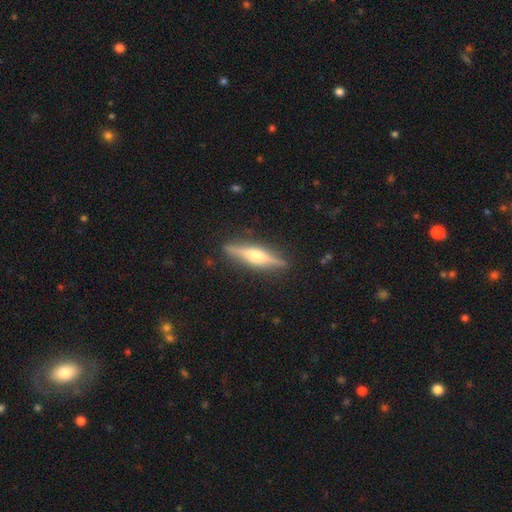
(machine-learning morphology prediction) A featured or disk galaxy (69%) viewed edge-on (96%) with a rounded central bulge (87%).

Vote fractions:
- Smooth or featured? featured or disk: 69% / smooth: 26% / star or artifact: 6%
- Edge-on disk? yes: 96% / no: 4%
- Edge-on bulge? rounded: 87% / boxy: 8% / none: 5%
- Merging? none: 88% / minor disturbance: 9% / major disturbance: 2% / merger: 1%